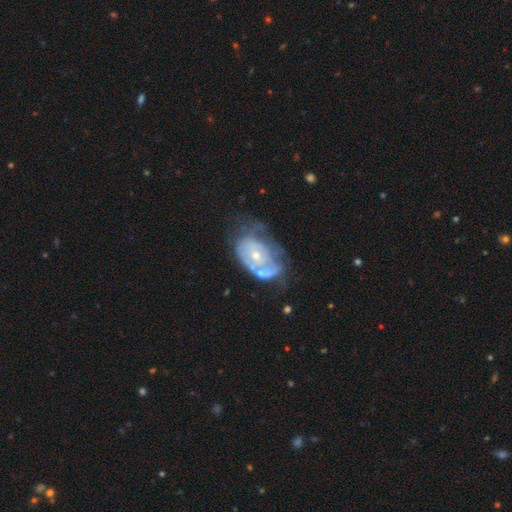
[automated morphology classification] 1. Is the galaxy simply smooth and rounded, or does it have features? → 68% featured or disk, 25% smooth, 7% star or artifact.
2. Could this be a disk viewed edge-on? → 96% no, 4% yes.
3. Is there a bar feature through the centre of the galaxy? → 83% no, 14% weak, 3% strong.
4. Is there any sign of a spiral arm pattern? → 56% no, 44% yes.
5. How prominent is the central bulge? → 52% small, 43% moderate, 2% large, 2% none, 1% dominant.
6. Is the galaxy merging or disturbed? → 33% major disturbance, 25% minor disturbance, 24% none, 17% merger.